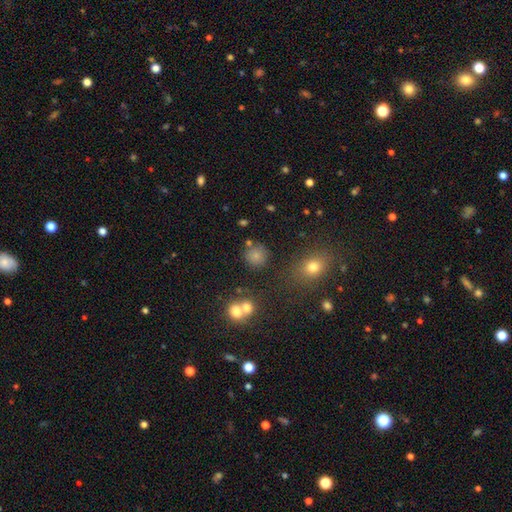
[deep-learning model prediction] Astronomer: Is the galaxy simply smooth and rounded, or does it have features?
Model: smooth — 77%.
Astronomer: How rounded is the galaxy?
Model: round — 90%.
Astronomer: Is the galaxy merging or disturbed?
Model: none — 80%.